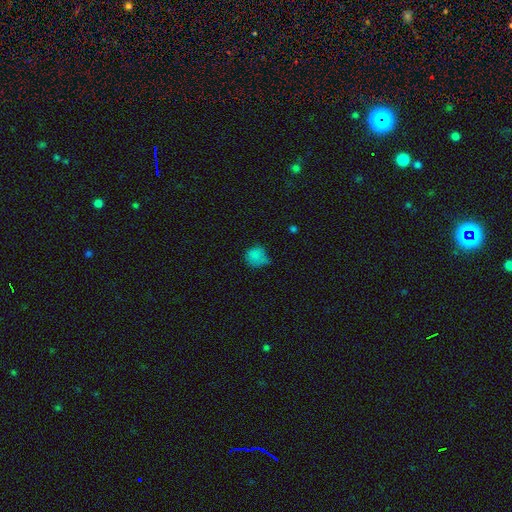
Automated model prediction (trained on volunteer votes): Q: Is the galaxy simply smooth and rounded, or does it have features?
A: smooth — 78%.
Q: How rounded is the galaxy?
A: round — 79%.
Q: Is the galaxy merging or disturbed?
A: none — 48%.